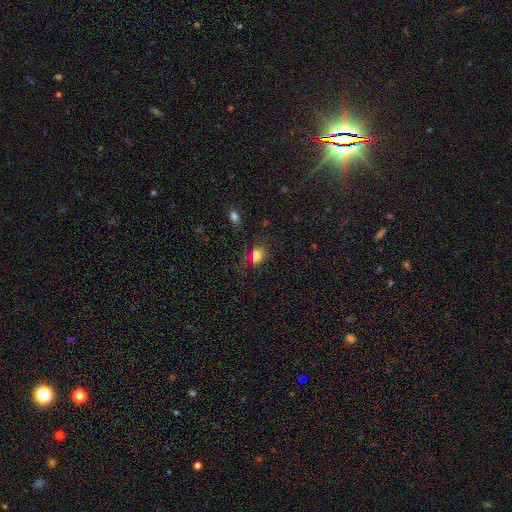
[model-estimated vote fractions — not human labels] Q: Smooth or featured?
A: smooth (79%); runner-up: star or artifact (15%)
Q: How rounded?
A: in between (57%); runner-up: round (41%)
Q: Merging?
A: none (72%); runner-up: minor disturbance (18%)